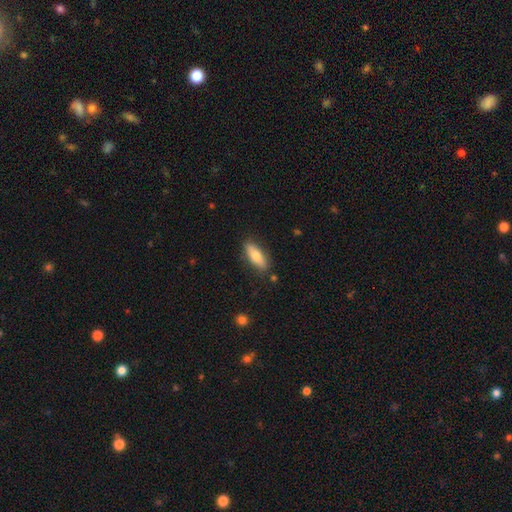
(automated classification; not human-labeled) Smooth or featured? Predicted: smooth (p=0.74). How rounded? Predicted: in between (p=0.64). Merging? Predicted: none (p=0.84).